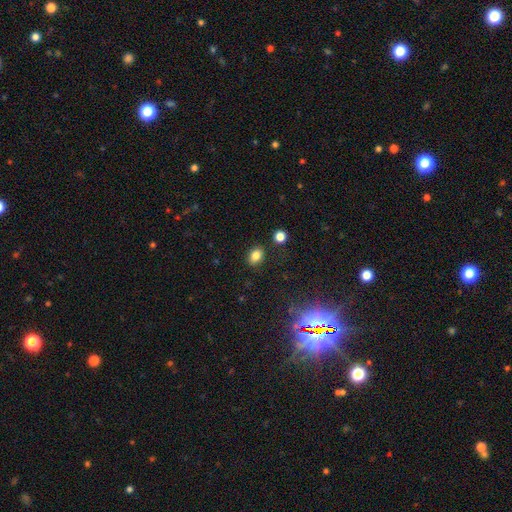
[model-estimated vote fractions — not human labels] Smooth or featured? smooth (82%)
How rounded? in between (71%)
Merging? none (84%)